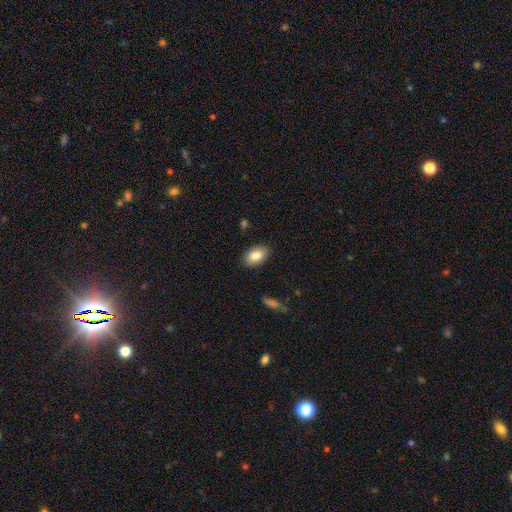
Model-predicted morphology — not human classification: Smooth or featured? smooth (84%)
How rounded? in between (90%)
Merging? none (87%)